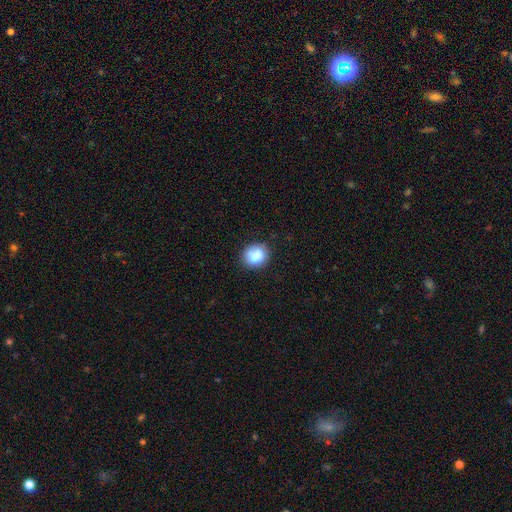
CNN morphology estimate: type=smooth (82%); roundness=round (67%); merging=none (74%).